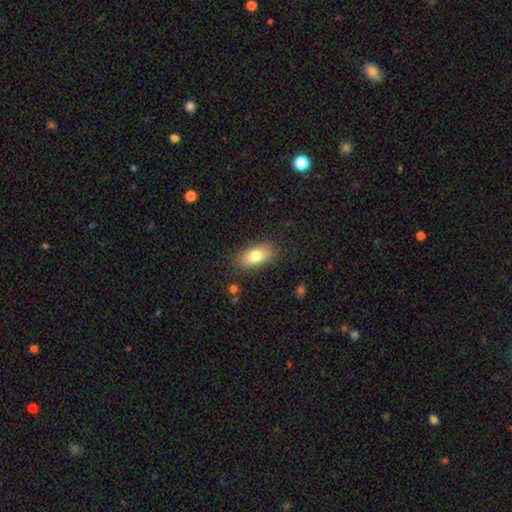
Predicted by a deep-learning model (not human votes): smooth-or-featured: smooth: 79% | featured or disk: 13% | star or artifact: 8%
  how-rounded: in between: 89% | round: 6% | cigar-shaped: 5%
  merging: none: 84% | minor disturbance: 11% | major disturbance: 3% | merger: 1%